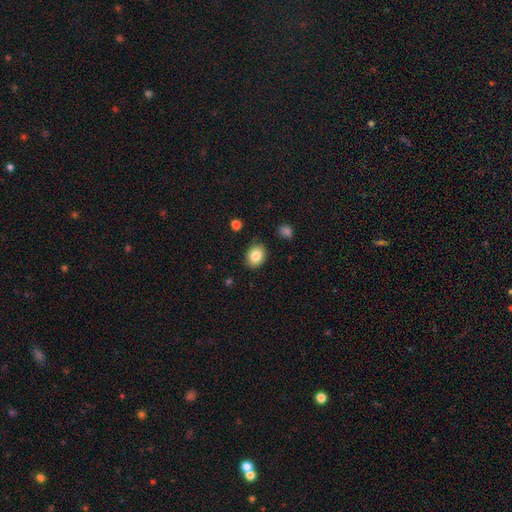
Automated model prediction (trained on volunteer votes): Overall: smooth (84%). How rounded: in between (59%; round 40%). Merging: none (85%).